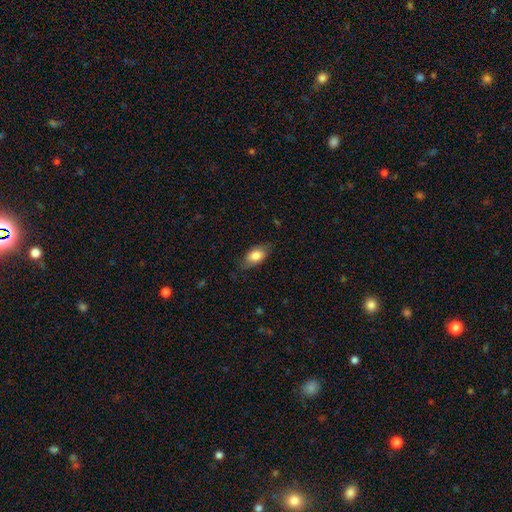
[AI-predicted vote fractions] Q: Smooth or featured?
A: smooth (78%); runner-up: featured or disk (15%)
Q: How rounded?
A: in between (89%); runner-up: round (7%)
Q: Merging?
A: none (76%); runner-up: minor disturbance (19%)